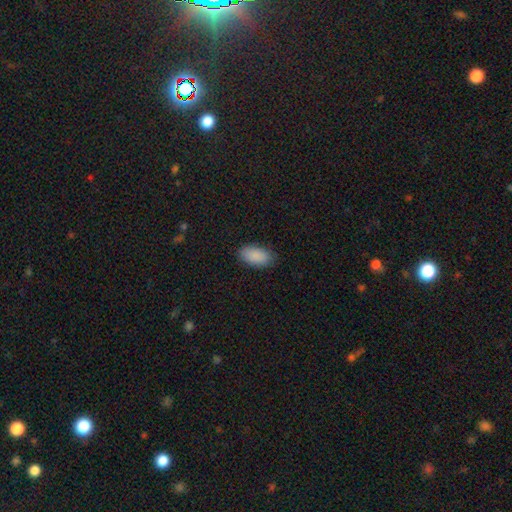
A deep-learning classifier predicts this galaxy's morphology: A smooth galaxy with no disk features (90%) that is in between round and cigar-shaped (95%).

Vote fractions:
- Smooth or featured? smooth: 90% / star or artifact: 7% / featured or disk: 4%
- How rounded? in between: 95% / round: 3% / cigar-shaped: 2%
- Merging? none: 85% / minor disturbance: 12% / major disturbance: 3% / merger: 1%